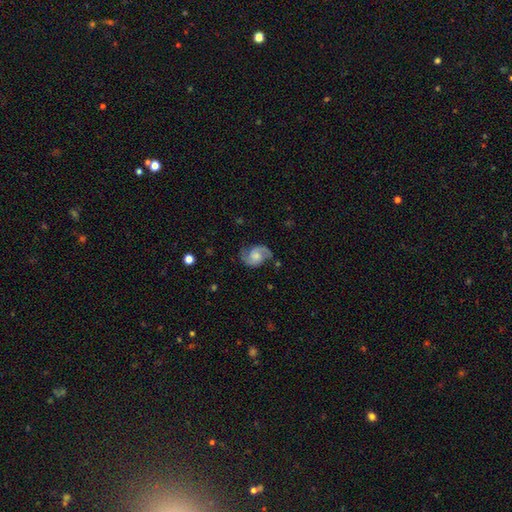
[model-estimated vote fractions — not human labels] A featured or disk galaxy (82%) with no bar (62%), 2 (92%) medium (53%) spiral arms (97%) and a moderate central bulge (43%).

Vote fractions:
- Smooth or featured? featured or disk: 82% / smooth: 11% / star or artifact: 6%
- Edge-on disk? no: 98% / yes: 2%
- Bar? no: 62% / weak: 33% / strong: 6%
- Spiral arms? yes: 97% / no: 3%
- Spiral winding? medium: 53% / loose: 28% / tight: 19%
- Spiral arm count? 2: 92% / can't tell: 3% / 1: 2% / 3: 1% / 4: 1% / more than 4: 1%
- Bulge size? moderate: 43% / small: 33% / none: 12% / large: 10% / dominant: 2%
- Merging? none: 74% / minor disturbance: 18% / major disturbance: 7% / merger: 2%